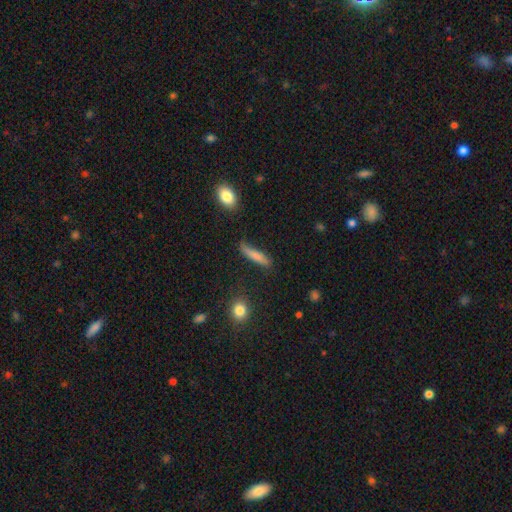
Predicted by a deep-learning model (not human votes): A smooth galaxy with no disk features (77%) that is cigar-shaped (83%).

Vote fractions:
- Smooth or featured? smooth: 77% / featured or disk: 16% / star or artifact: 7%
- How rounded? cigar-shaped: 83% / in between: 15% / round: 2%
- Merging? none: 62% / minor disturbance: 26% / major disturbance: 8% / merger: 4%